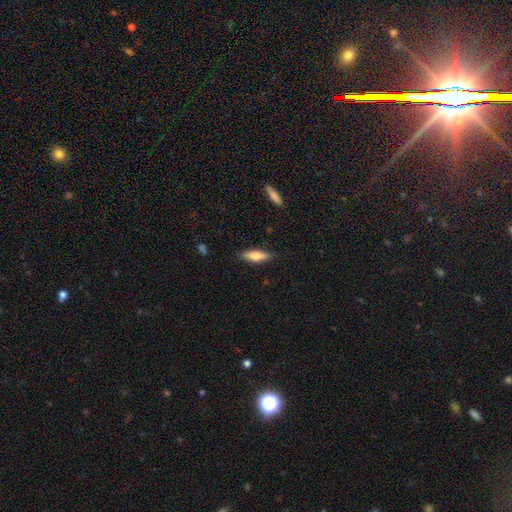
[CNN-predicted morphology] type=smooth (63%); roundness=cigar-shaped (58%); merging=none (85%).